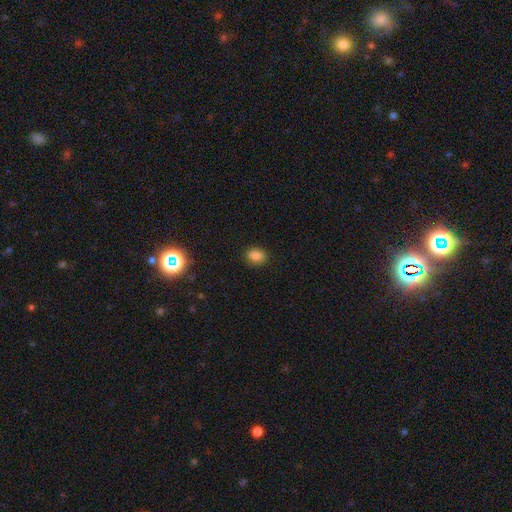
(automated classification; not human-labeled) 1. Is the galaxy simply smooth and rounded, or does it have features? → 84% smooth, 12% star or artifact, 4% featured or disk.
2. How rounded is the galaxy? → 50% in between, 49% round, 1% cigar-shaped.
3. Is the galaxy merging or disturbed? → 88% none, 9% minor disturbance, 2% major disturbance, 1% merger.